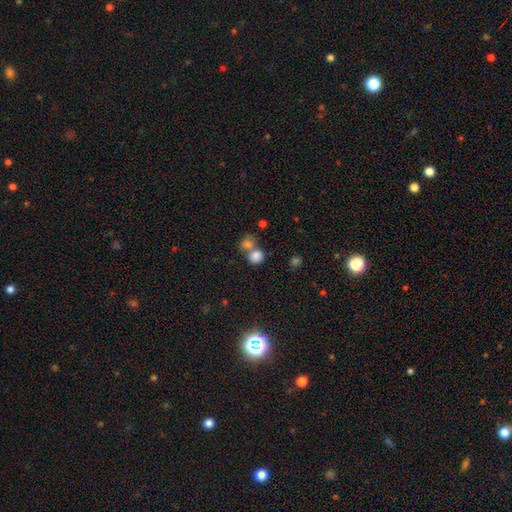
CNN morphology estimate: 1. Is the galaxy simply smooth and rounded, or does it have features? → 82% smooth, 11% star or artifact, 7% featured or disk.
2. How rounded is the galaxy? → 75% round, 24% in between, 1% cigar-shaped.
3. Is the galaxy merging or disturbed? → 46% merger, 42% none, 9% minor disturbance, 4% major disturbance.